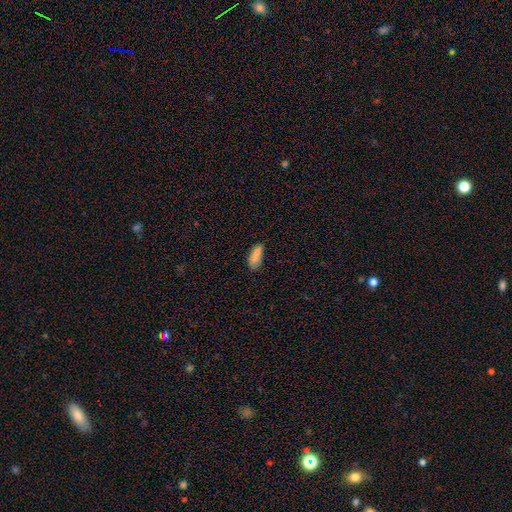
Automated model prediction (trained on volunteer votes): Smooth or featured?
  - smooth: 82% *
  - star or artifact: 10%
  - featured or disk: 8%
How rounded?
  - in between: 78% *
  - cigar-shaped: 20%
  - round: 3%
Merging?
  - none: 64% *
  - minor disturbance: 25%
  - major disturbance: 6%
  - merger: 5%